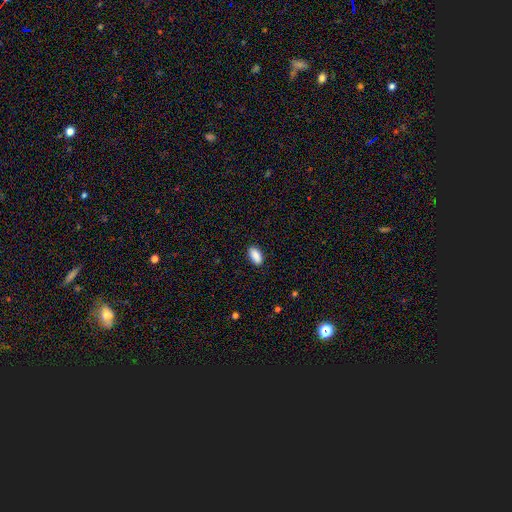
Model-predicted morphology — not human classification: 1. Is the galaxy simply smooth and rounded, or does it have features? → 90% smooth, 7% star or artifact, 3% featured or disk.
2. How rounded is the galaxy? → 92% in between, 6% cigar-shaped, 2% round.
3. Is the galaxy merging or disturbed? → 89% none, 8% minor disturbance, 2% major disturbance, 1% merger.